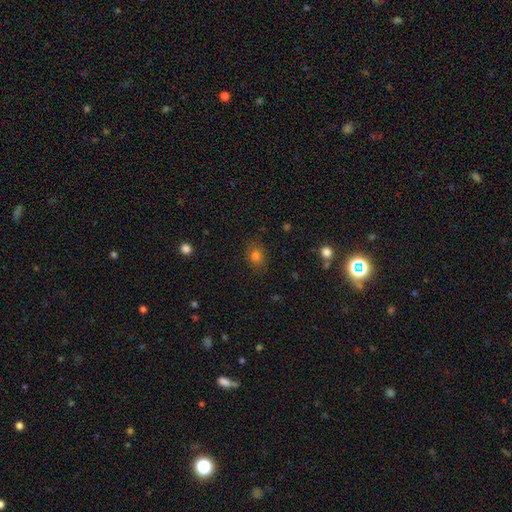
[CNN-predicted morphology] Smooth or featured: smooth — 79% (star or artifact — 14%)
How rounded: round — 55% (in between — 44%)
Merging: none — 83% (minor disturbance — 12%)